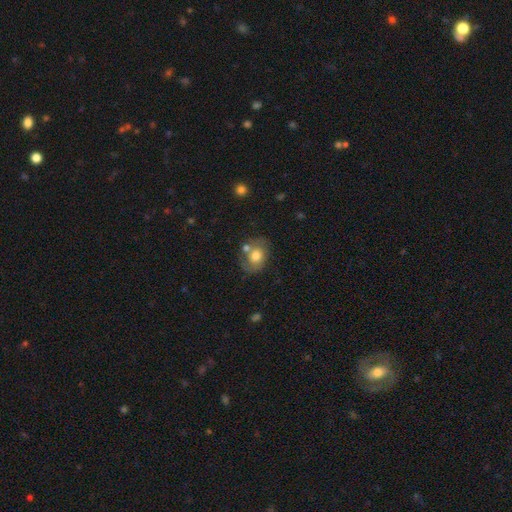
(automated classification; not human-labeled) This is likely a smooth galaxy (61%). How rounded: possibly in between (52%). Merging: possibly none (55%).